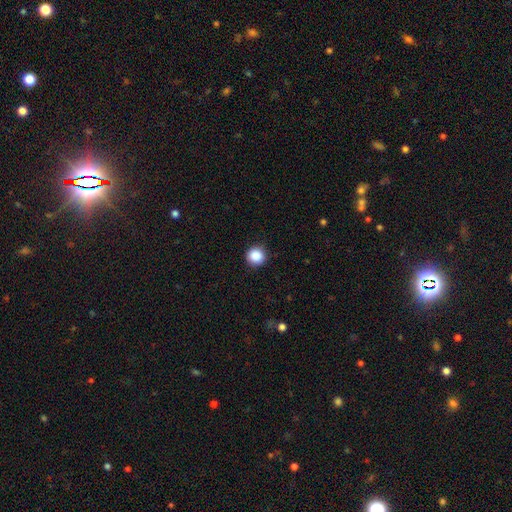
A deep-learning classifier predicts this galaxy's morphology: type=smooth (88%); roundness=round (94%); merging=none (91%).